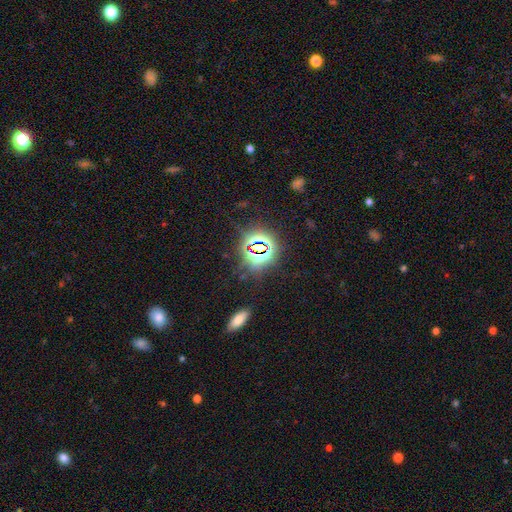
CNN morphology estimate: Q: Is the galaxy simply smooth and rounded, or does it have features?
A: star or artifact — 75%.